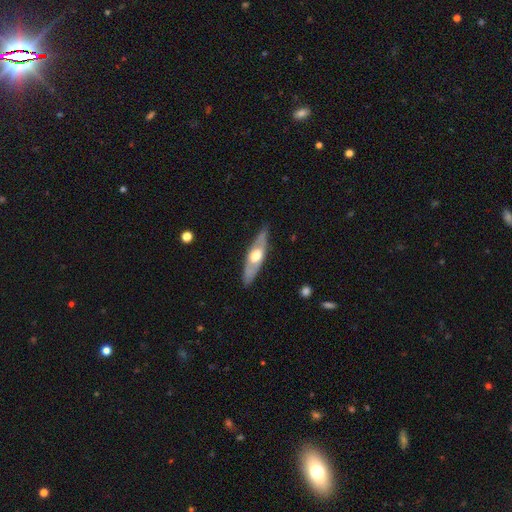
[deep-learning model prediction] Overall: featured or disk (58%; smooth 37%). Edge-on disk: yes (68%; no 32%). Merging: none (84%).